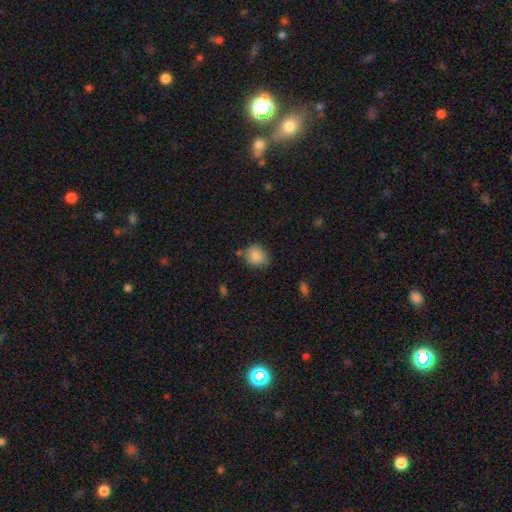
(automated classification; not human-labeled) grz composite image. It shows a smooth galaxy with no disk features (86%) that is round (69%). Merging: none (69%).